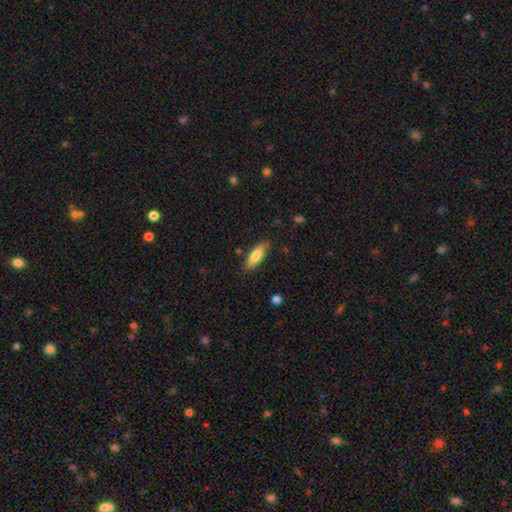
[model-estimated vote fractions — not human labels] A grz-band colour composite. It shows a smooth galaxy with no disk features (77%) that is in between round and cigar-shaped (60%). Merging: none (82%).